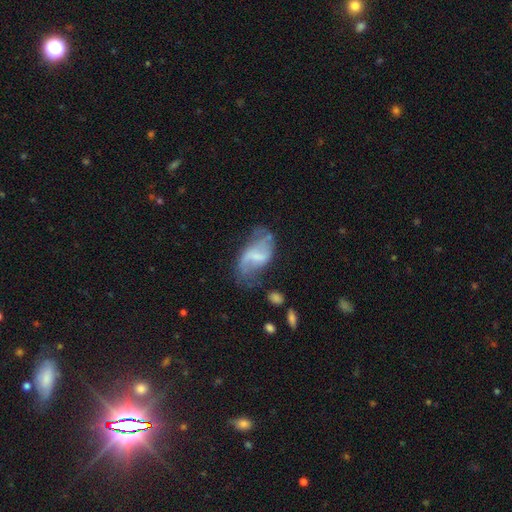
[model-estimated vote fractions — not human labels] Smooth or featured? Predicted: featured or disk (p=0.71). Edge-on disk? Predicted: no (p=0.96). Bar? Predicted: weak (p=0.51). Spiral arms? Predicted: yes (p=0.83). Spiral winding? Predicted: loose (p=0.65). Spiral arm count? Predicted: 2 (p=0.82). Bulge size? Predicted: small (p=0.38). Merging? Predicted: none (p=0.52).